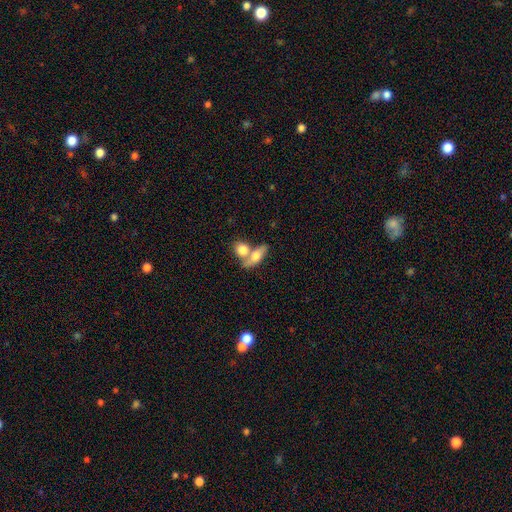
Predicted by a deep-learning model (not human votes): This appears to be a smooth galaxy with no disk features (63%) that is in between round and cigar-shaped (68%). Merging: merger (56%).